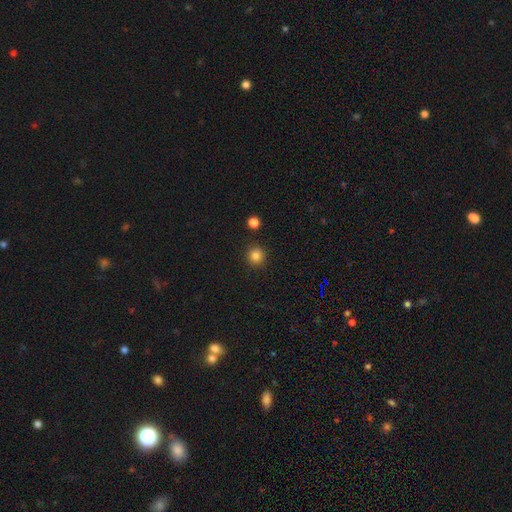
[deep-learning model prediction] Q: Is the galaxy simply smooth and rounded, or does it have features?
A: smooth — 84%.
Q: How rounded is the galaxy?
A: round — 93%.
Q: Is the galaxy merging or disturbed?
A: none — 90%.